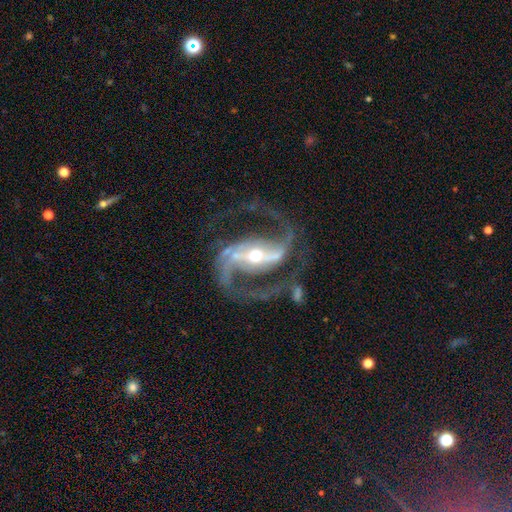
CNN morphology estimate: Smooth or featured? Predicted: featured or disk (p=0.93). Edge-on disk? Predicted: no (p=0.97). Bar? Predicted: strong (p=0.66). Spiral arms? Predicted: yes (p=0.98). Spiral winding? Predicted: medium (p=0.62). Spiral arm count? Predicted: 2 (p=0.93). Bulge size? Predicted: moderate (p=0.57). Merging? Predicted: none (p=0.71).